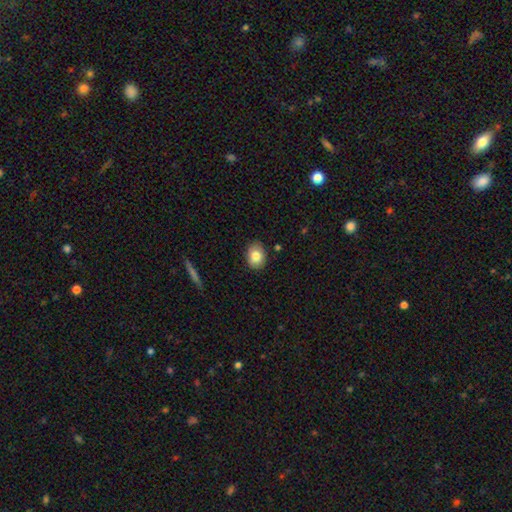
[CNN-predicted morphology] This appears to be a smooth galaxy with no disk features (81%) that is in between round and cigar-shaped (63%). Merging: none (87%).